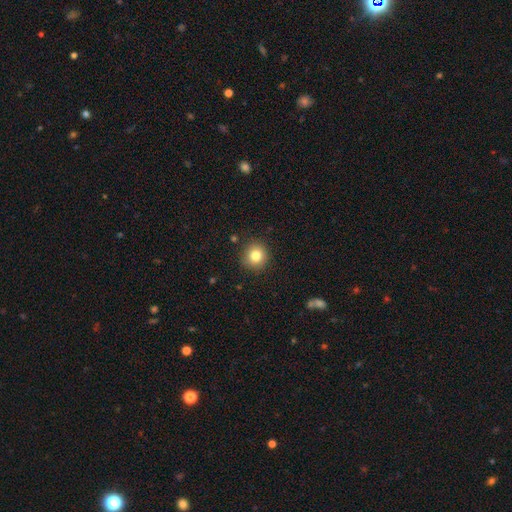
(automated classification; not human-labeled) Smooth or featured?
  - smooth: 81% *
  - star or artifact: 11%
  - featured or disk: 8%
How rounded?
  - round: 91% *
  - in between: 8%
  - cigar-shaped: 1%
Merging?
  - none: 89% *
  - minor disturbance: 7%
  - major disturbance: 2%
  - merger: 1%